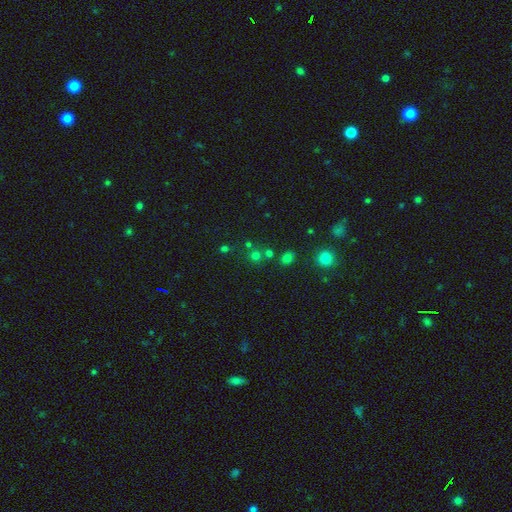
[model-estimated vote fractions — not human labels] Overall: smooth (60%; star or artifact 32%). How rounded: round (88%). Merging: none (70%).